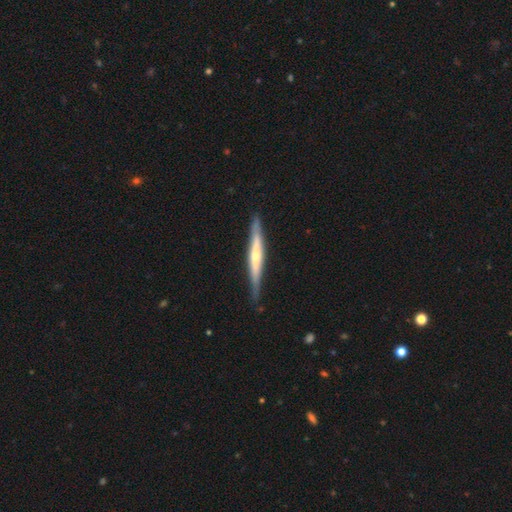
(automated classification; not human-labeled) smooth_or_featured: featured or disk (p=0.67) [alt: smooth p=0.27]
disk_edge_on: yes (p=0.97) [alt: no p=0.03]
edge_on_bulge: rounded (p=0.59) [alt: none p=0.30]
merging: none (p=0.86) [alt: minor disturbance p=0.11]